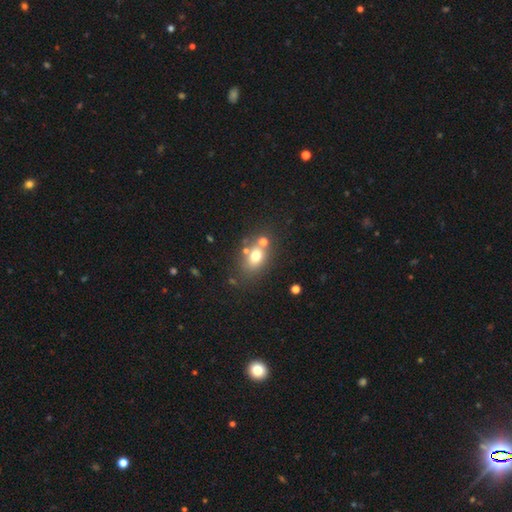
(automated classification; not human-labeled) A smooth galaxy with no disk features (69%) that is in between round and cigar-shaped (66%).

Vote fractions:
- Smooth or featured? smooth: 69% / featured or disk: 17% / star or artifact: 14%
- How rounded? in between: 66% / round: 33% / cigar-shaped: 2%
- Merging? none: 60% / merger: 21% / minor disturbance: 13% / major disturbance: 6%